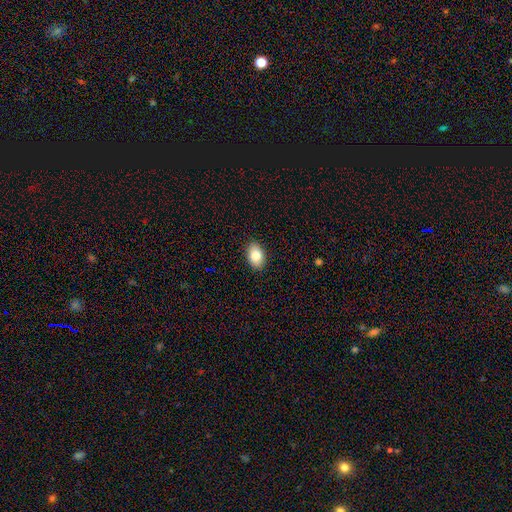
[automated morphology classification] type=smooth (84%); roundness=in between (88%); merging=none (89%).